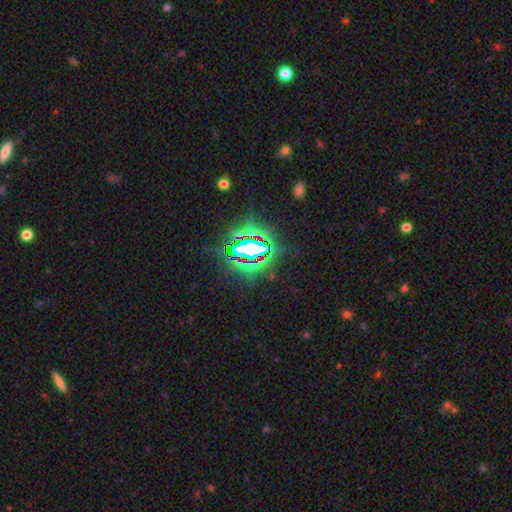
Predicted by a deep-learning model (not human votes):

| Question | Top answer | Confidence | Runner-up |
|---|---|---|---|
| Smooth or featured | star or artifact | 81% | smooth (11%) |